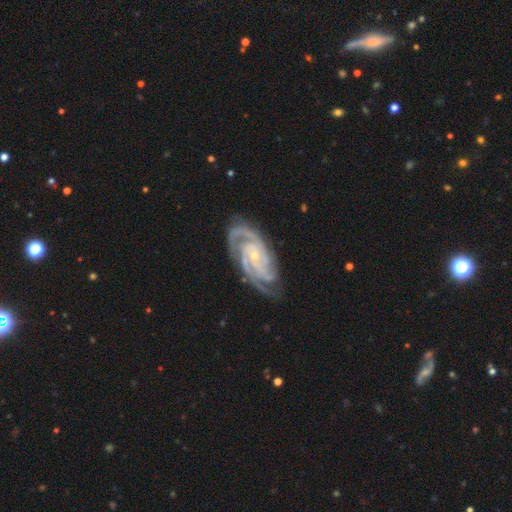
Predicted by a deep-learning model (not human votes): smooth-or-featured: featured or disk: 89% | star or artifact: 6% | smooth: 5%
  disk-edge-on: no: 96% | yes: 4%
    bar: no: 62% | weak: 27% | strong: 10%
    has-spiral-arms: yes: 98% | no: 2%
      spiral-winding: tight: 72% | medium: 25% | loose: 4%
      spiral-arm-count: 3: 33% | 2: 25% | 4: 16% | can't tell: 13% | more than 4: 7% | 1: 7%
    bulge-size: small: 77% | moderate: 18% | none: 2% | large: 1% | dominant: 1%
  merging: none: 79% | minor disturbance: 15% | major disturbance: 4% | merger: 1%